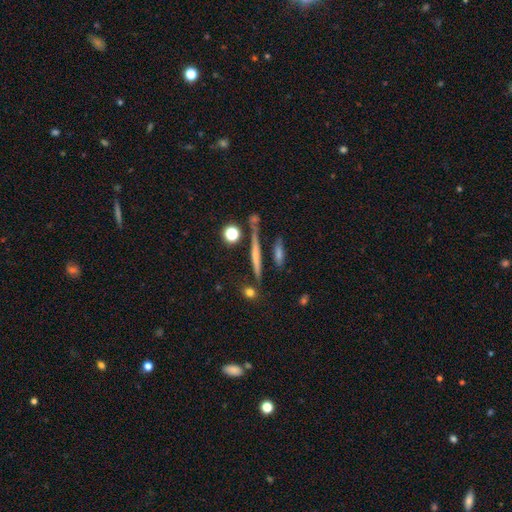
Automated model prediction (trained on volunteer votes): smooth_or_featured: featured or disk (p=0.47) [alt: smooth p=0.41]
merging: none (p=0.77) [alt: minor disturbance p=0.11]